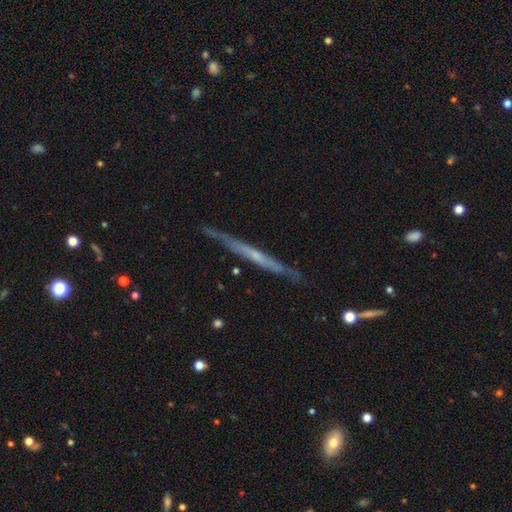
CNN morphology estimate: A featured or disk galaxy (65%) viewed edge-on (94%) with no central bulge (75%).

Vote fractions:
- Smooth or featured? featured or disk: 65% / smooth: 29% / star or artifact: 6%
- Edge-on disk? yes: 94% / no: 6%
- Edge-on bulge? none: 75% / rounded: 20% / boxy: 6%
- Merging? none: 82% / minor disturbance: 14% / major disturbance: 2% / merger: 2%